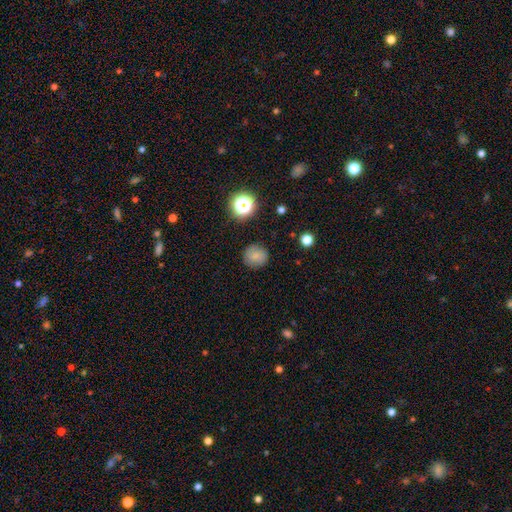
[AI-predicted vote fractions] smooth 78%, star or artifact 14%, featured or disk 8%. Down the decision tree: how rounded — round (89%); merging — none (87%).